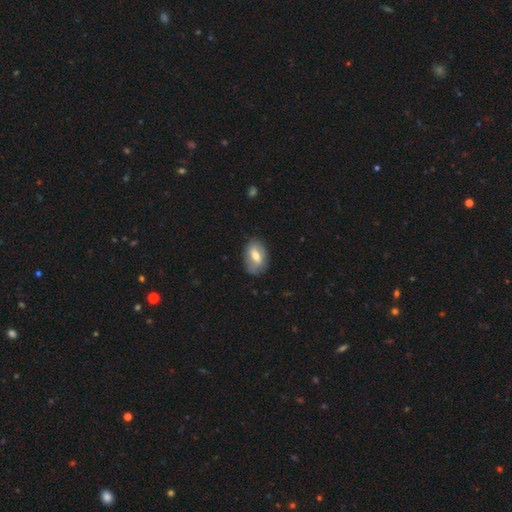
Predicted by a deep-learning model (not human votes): A smooth galaxy with no disk features (61%) that is in between round and cigar-shaped (87%). Merging: none (77%).